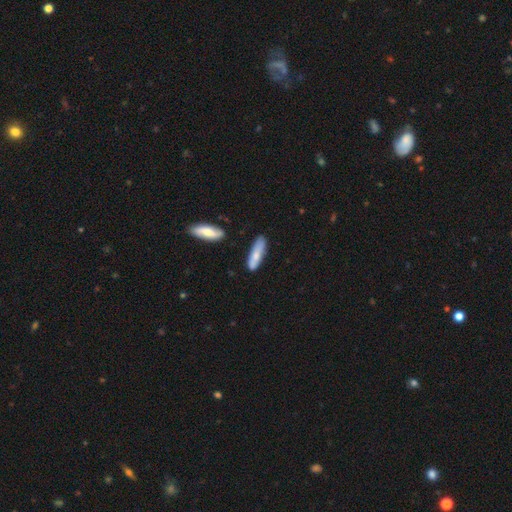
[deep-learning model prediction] A smooth galaxy with no disk features (74%) that is cigar-shaped (69%).

Vote fractions:
- Smooth or featured? smooth: 74% / featured or disk: 20% / star or artifact: 6%
- How rounded? cigar-shaped: 69% / in between: 29% / round: 2%
- Merging? none: 73% / minor disturbance: 19% / merger: 5% / major disturbance: 4%